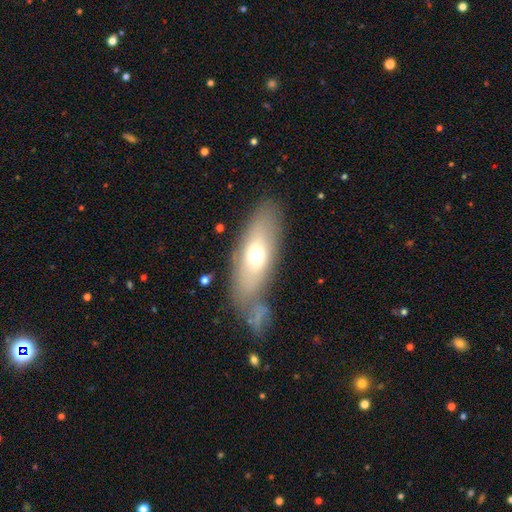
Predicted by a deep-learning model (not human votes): Smooth or featured? Predicted: smooth (p=0.59). How rounded? Predicted: in between (p=0.69). Merging? Predicted: none (p=0.63).